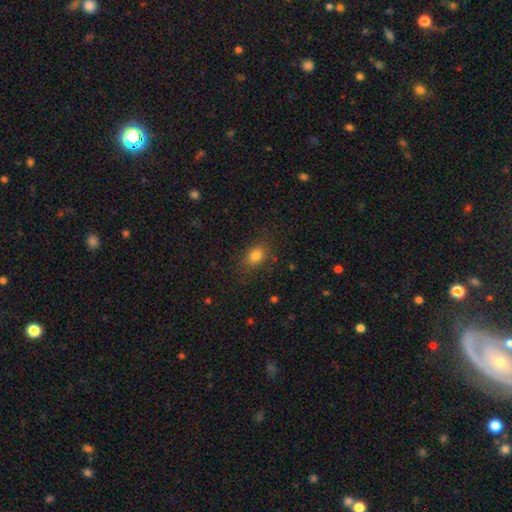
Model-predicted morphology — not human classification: Smooth or featured? smooth (81%)
How rounded? in between (64%)
Merging? none (78%)